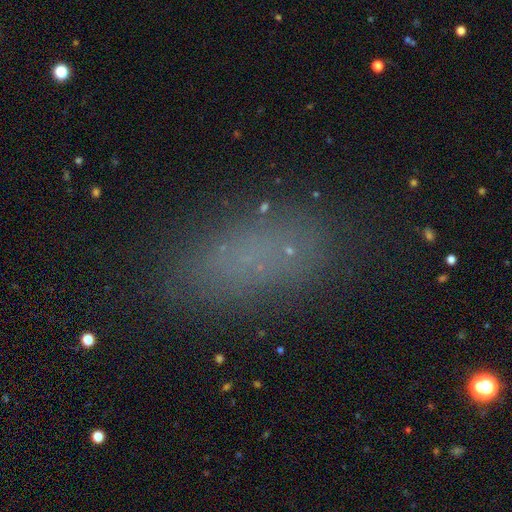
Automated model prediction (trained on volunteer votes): smooth-or-featured: smooth: 71% | star or artifact: 20% | featured or disk: 9%
  how-rounded: in between: 81% | cigar-shaped: 14% | round: 5%
  merging: none: 82% | minor disturbance: 11% | major disturbance: 5% | merger: 2%